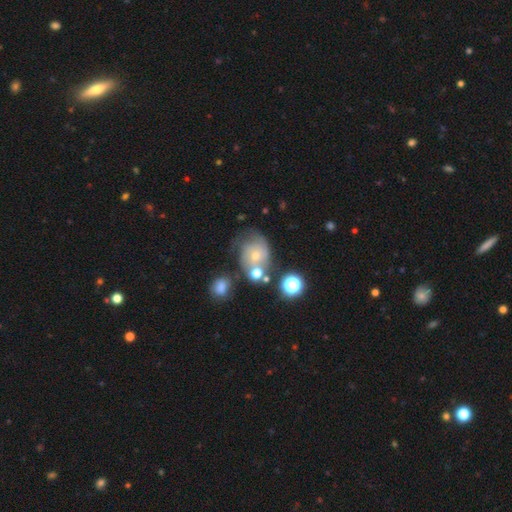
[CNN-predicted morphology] A featured or disk galaxy (47%).

Vote fractions:
- Smooth or featured? featured or disk: 47% / smooth: 38% / star or artifact: 15%
- Merging? none: 38% / minor disturbance: 23% / merger: 21% / major disturbance: 18%